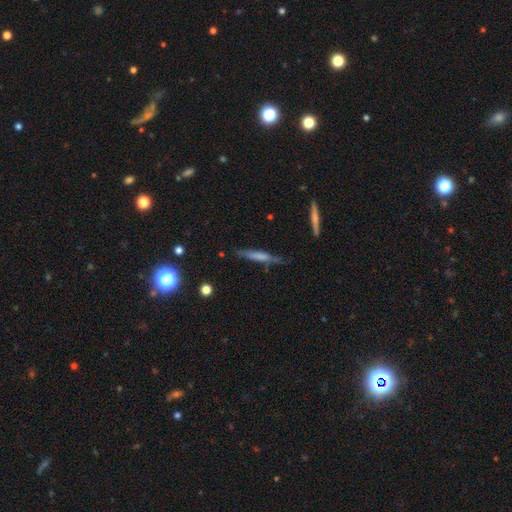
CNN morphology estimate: smooth-or-featured: featured or disk: 45% | smooth: 44% | star or artifact: 11%
  merging: none: 76% | minor disturbance: 17% | major disturbance: 4% | merger: 3%